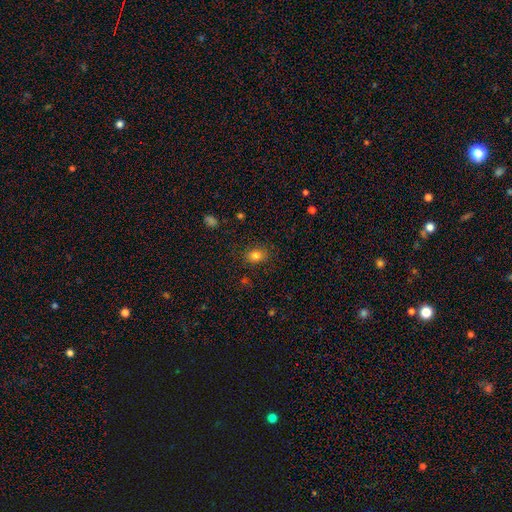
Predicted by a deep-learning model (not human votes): Q: Smooth or featured?
A: smooth (82%); runner-up: star or artifact (12%)
Q: How rounded?
A: in between (58%); runner-up: round (41%)
Q: Merging?
A: none (84%); runner-up: minor disturbance (12%)